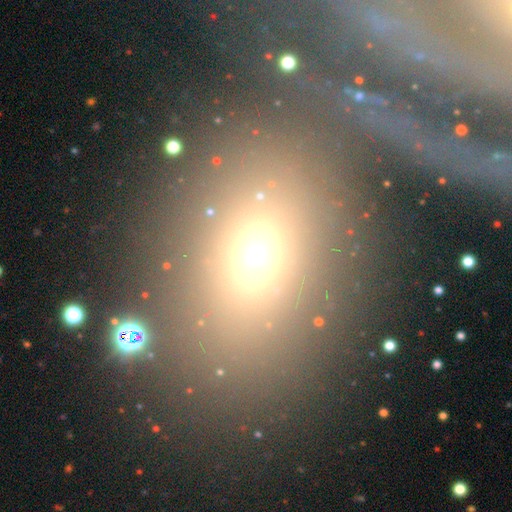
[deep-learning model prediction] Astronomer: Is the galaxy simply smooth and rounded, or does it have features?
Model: smooth — 64%.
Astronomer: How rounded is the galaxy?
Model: in between — 64%.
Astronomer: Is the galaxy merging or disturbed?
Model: none — 62%.